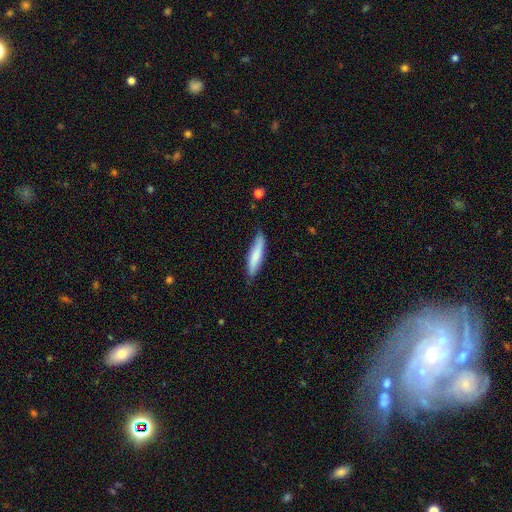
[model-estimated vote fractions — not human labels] Smooth or featured? Predicted: smooth (p=0.76). How rounded? Predicted: cigar-shaped (p=0.81). Merging? Predicted: none (p=0.77).